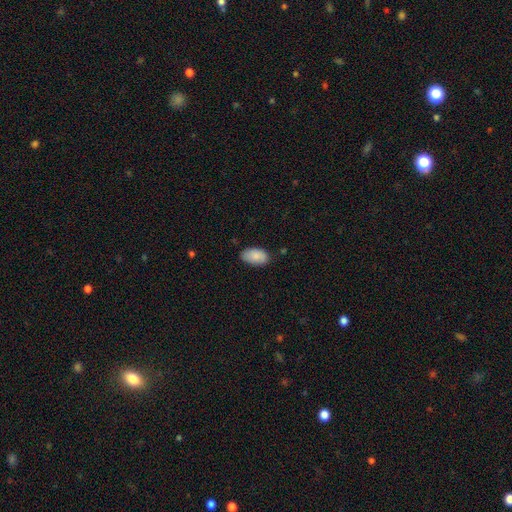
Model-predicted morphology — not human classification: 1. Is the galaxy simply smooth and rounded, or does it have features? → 87% smooth, 6% featured or disk, 6% star or artifact.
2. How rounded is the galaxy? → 95% in between, 4% round, 2% cigar-shaped.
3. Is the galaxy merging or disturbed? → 81% none, 16% minor disturbance, 3% major disturbance, 1% merger.